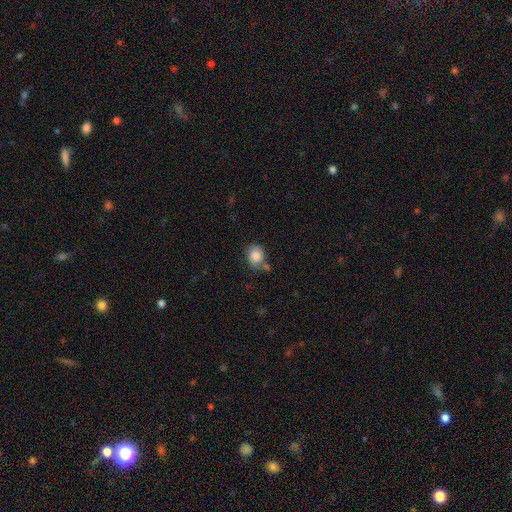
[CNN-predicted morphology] A smooth galaxy with no disk features (84%) that is round (61%).

Vote fractions:
- Smooth or featured? smooth: 84% / star or artifact: 8% / featured or disk: 7%
- How rounded? round: 61% / in between: 38% / cigar-shaped: 1%
- Merging? none: 59% / minor disturbance: 21% / merger: 14% / major disturbance: 6%